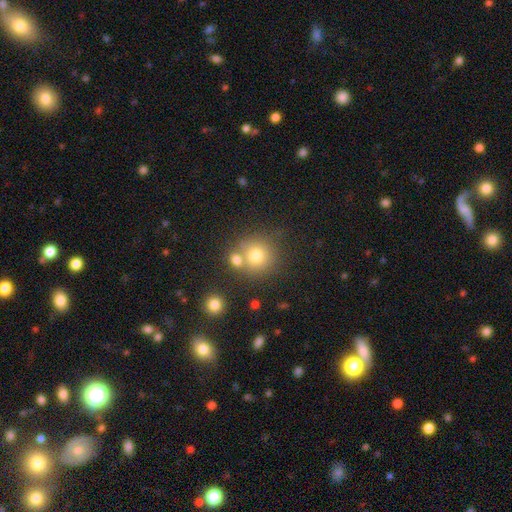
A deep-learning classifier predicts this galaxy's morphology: A smooth galaxy with no disk features (75%) that is round (90%).

Vote fractions:
- Smooth or featured? smooth: 75% / star or artifact: 14% / featured or disk: 12%
- How rounded? round: 90% / in between: 9% / cigar-shaped: 1%
- Merging? none: 61% / merger: 27% / minor disturbance: 9% / major disturbance: 3%